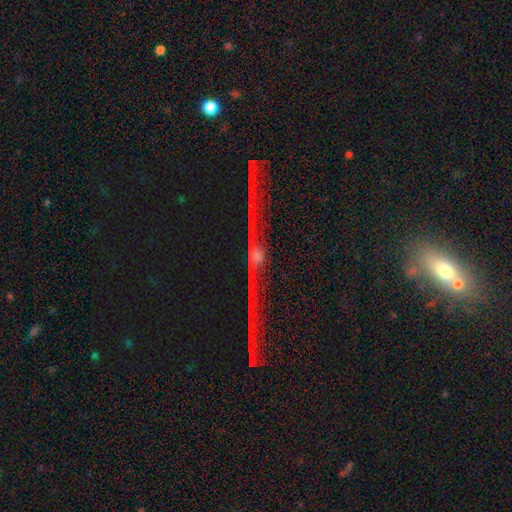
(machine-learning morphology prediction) A featured or disk galaxy (51%) viewed edge-on (76%). Merging: none (80%).